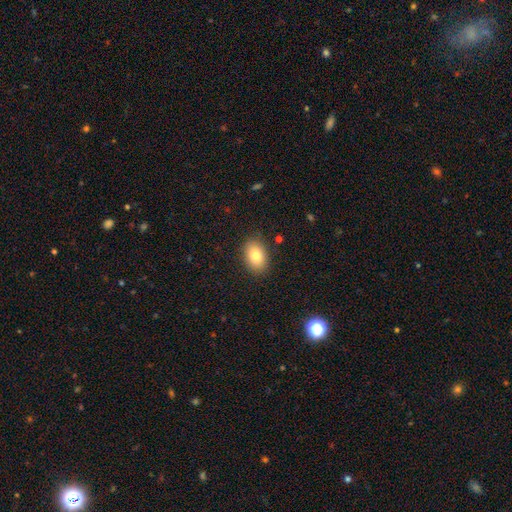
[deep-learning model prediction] smooth 81%, featured or disk 11%, star or artifact 9%. Down the decision tree: how rounded — in between (83%); merging — none (87%).